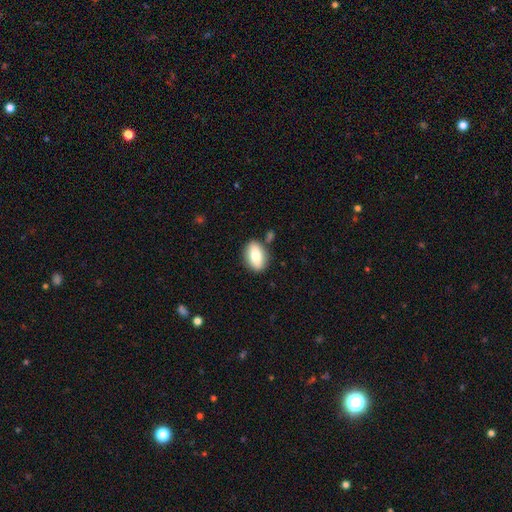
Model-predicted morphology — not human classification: Q: Smooth or featured?
A: smooth (76%); runner-up: featured or disk (17%)
Q: How rounded?
A: in between (87%); runner-up: round (10%)
Q: Merging?
A: none (81%); runner-up: minor disturbance (11%)